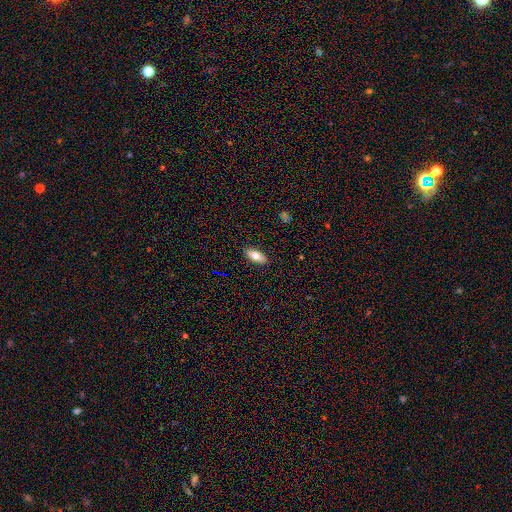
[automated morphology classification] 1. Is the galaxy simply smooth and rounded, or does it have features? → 71% smooth, 22% featured or disk, 7% star or artifact.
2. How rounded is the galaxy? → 84% in between, 14% cigar-shaped, 3% round.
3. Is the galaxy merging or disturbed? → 89% none, 8% minor disturbance, 2% major disturbance, 1% merger.